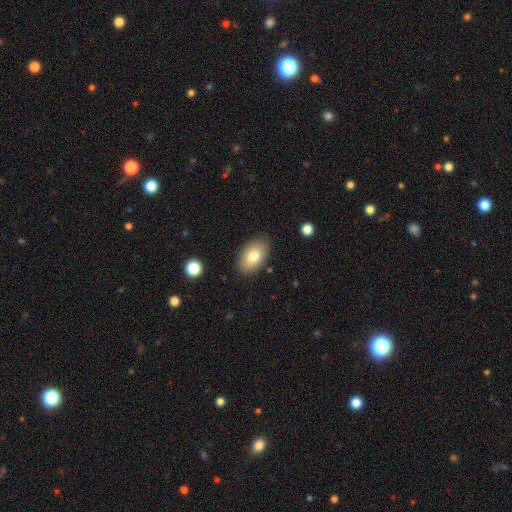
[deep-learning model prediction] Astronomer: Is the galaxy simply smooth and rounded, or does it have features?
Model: smooth — 81%.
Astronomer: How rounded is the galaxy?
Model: in between — 93%.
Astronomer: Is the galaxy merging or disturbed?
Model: none — 85%.